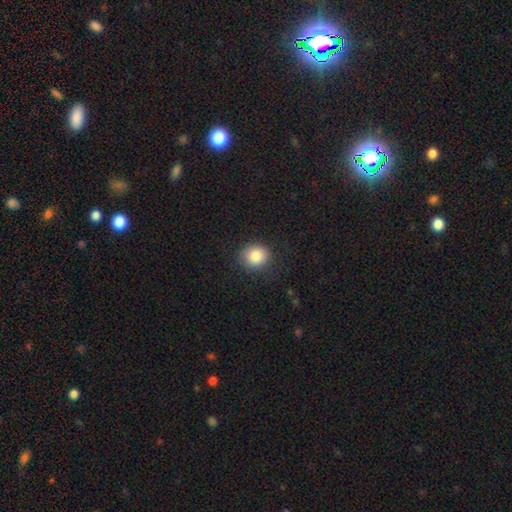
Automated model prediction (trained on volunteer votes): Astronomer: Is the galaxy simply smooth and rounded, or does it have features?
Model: smooth — 85%.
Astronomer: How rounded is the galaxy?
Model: round — 84%.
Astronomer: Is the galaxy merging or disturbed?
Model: none — 84%.